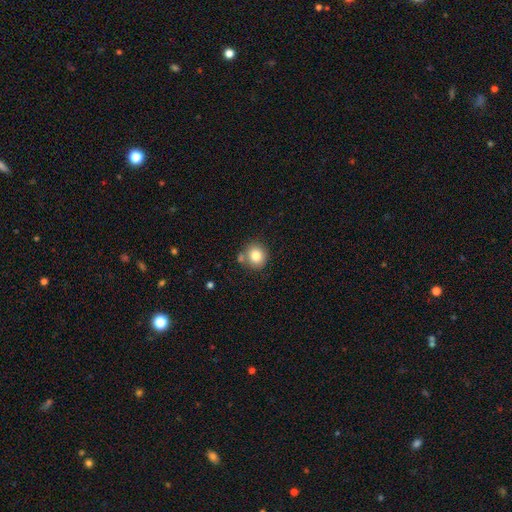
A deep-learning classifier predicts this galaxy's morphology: The model was most divided on "merging": none: 69%, merger: 15%, minor disturbance: 12%, major disturbance: 4%. More confident: how rounded — round (85%); smooth or featured — smooth (81%).